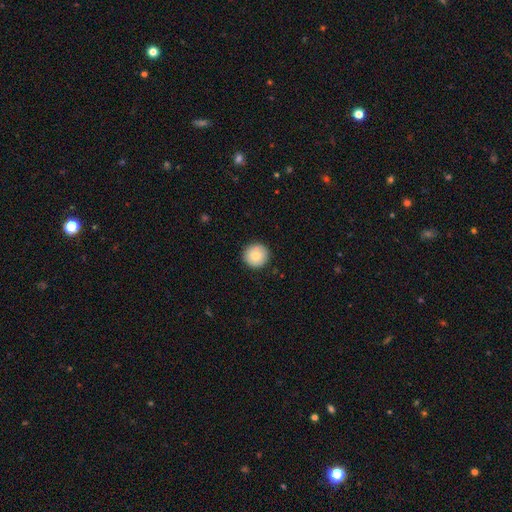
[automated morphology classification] The model was most divided on "smooth or featured": smooth: 80%, featured or disk: 12%, star or artifact: 8%. More confident: how rounded — round (96%); merging — none (91%).